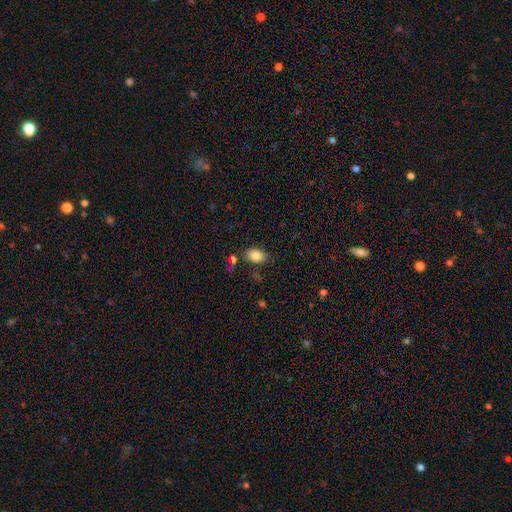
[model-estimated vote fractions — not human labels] smooth_or_featured: smooth (p=0.83) [alt: star or artifact p=0.09]
how_rounded: in between (p=0.87) [alt: round p=0.11]
merging: none (p=0.78) [alt: minor disturbance p=0.14]